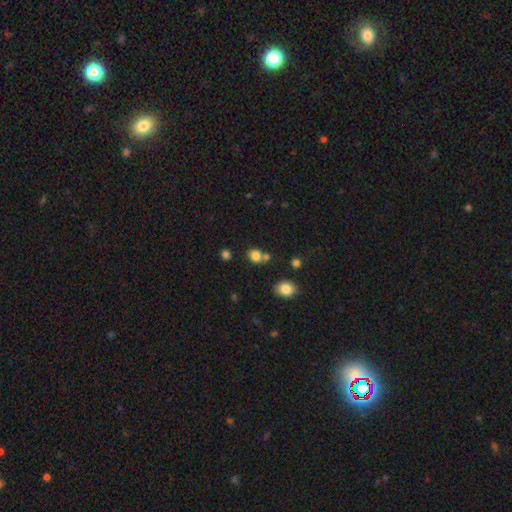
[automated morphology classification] This appears to be a smooth galaxy with no disk features (81%) that is round (75%). Merging: none (63%).